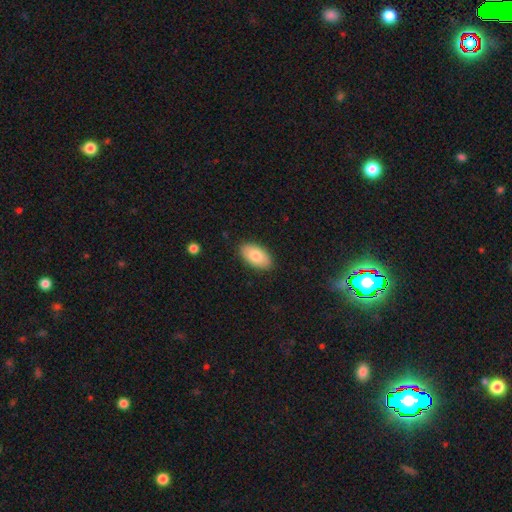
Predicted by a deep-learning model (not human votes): smooth_or_featured: smooth (p=0.80) [alt: featured or disk p=0.14]
how_rounded: in between (p=0.94) [alt: round p=0.04]
merging: none (p=0.87) [alt: minor disturbance p=0.10]